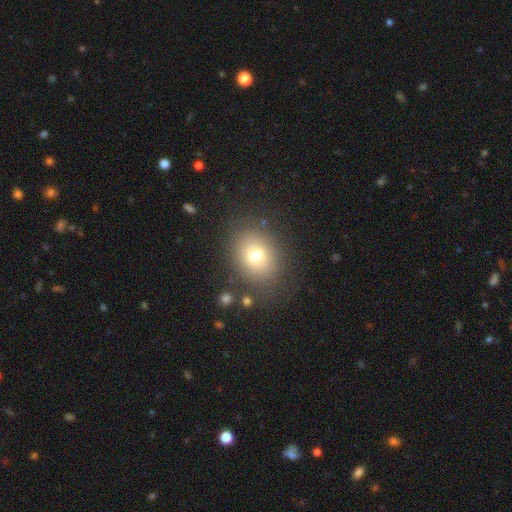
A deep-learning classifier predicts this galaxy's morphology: smooth 73%, star or artifact 15%, featured or disk 13%. Down the decision tree: how rounded — round (58%); merging — none (80%).